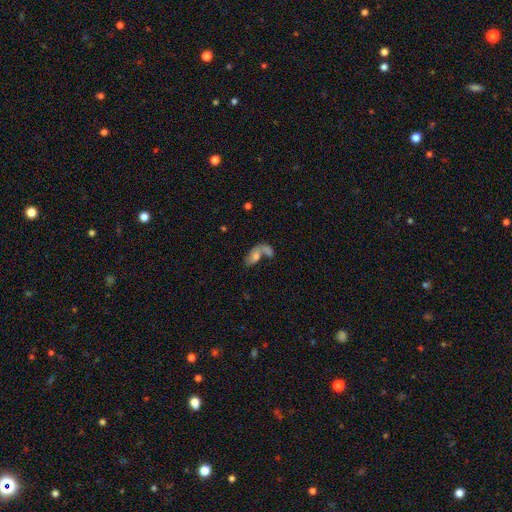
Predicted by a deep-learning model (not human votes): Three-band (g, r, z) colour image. It shows a smooth galaxy with no disk features (63%) that is in between round and cigar-shaped (88%). Merging: merger (58%).